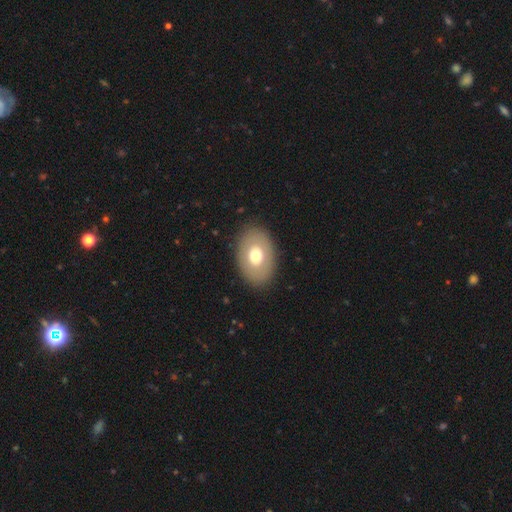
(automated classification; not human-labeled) Smooth or featured?
  - smooth: 63% *
  - featured or disk: 30%
  - star or artifact: 7%
How rounded?
  - in between: 80% *
  - round: 19%
  - cigar-shaped: 1%
Merging?
  - none: 87% *
  - minor disturbance: 9%
  - major disturbance: 3%
  - merger: 1%